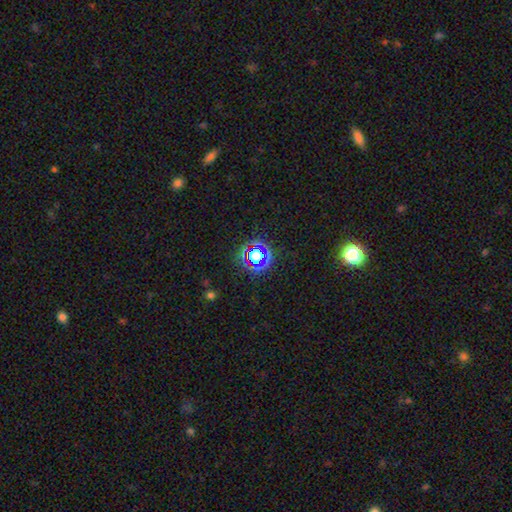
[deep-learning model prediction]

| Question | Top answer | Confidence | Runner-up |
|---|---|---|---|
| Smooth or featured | star or artifact | 68% | smooth (21%) |